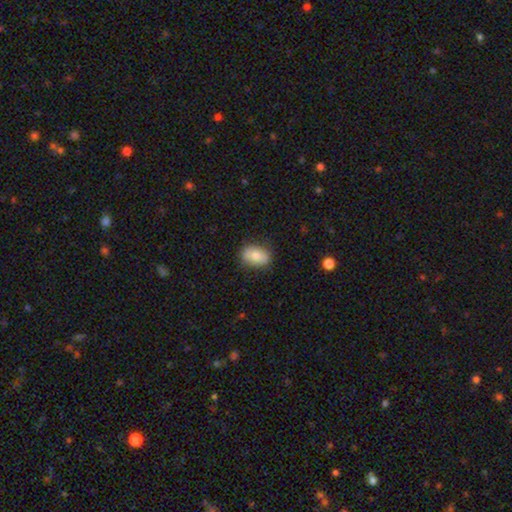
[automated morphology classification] type=smooth (77%); roundness=in between (81%); merging=none (80%).